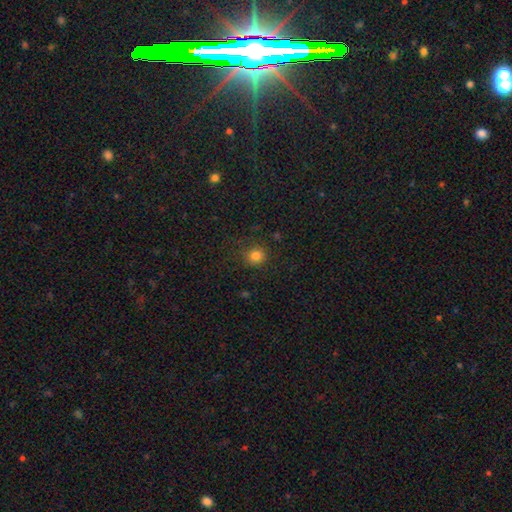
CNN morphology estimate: A smooth galaxy with no disk features (81%) that is round (88%). Merging: none (83%).